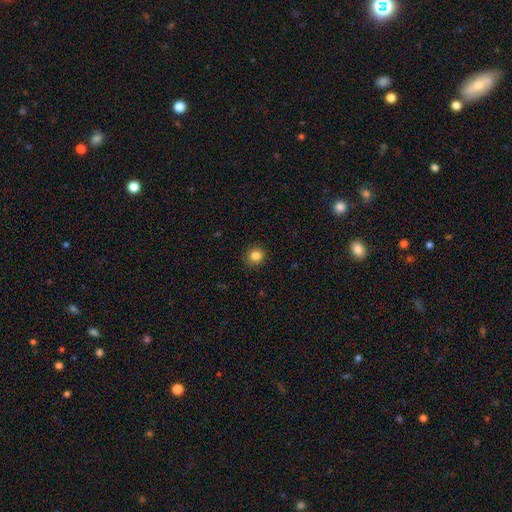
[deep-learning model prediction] Smooth or featured?
  - smooth: 83% *
  - star or artifact: 12%
  - featured or disk: 5%
How rounded?
  - round: 90% *
  - in between: 9%
  - cigar-shaped: 1%
Merging?
  - none: 91% *
  - minor disturbance: 6%
  - major disturbance: 2%
  - merger: 1%